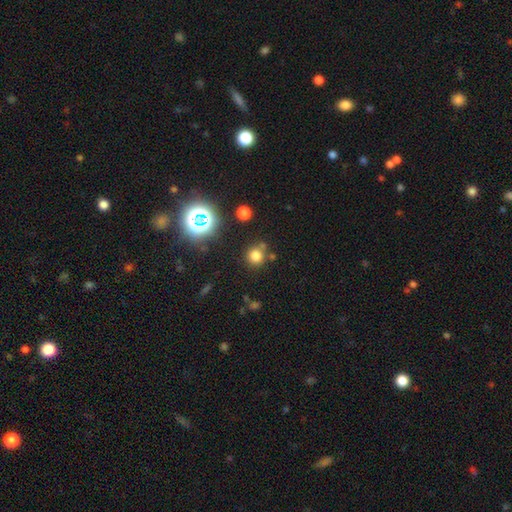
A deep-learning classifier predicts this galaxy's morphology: smooth_or_featured: smooth (p=0.73) [alt: star or artifact p=0.21]
how_rounded: round (p=0.91) [alt: in between p=0.08]
merging: none (p=0.76) [alt: merger p=0.10]